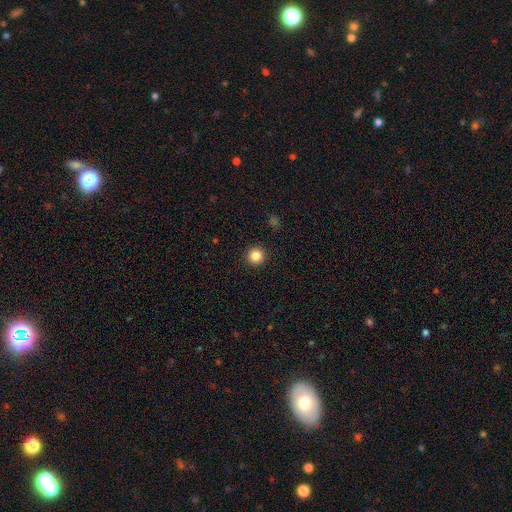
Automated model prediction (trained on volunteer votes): smooth-or-featured: smooth: 85% | star or artifact: 11% | featured or disk: 4%
  how-rounded: round: 96% | in between: 3% | cigar-shaped: 1%
  merging: none: 93% | minor disturbance: 4% | major disturbance: 2% | merger: 1%